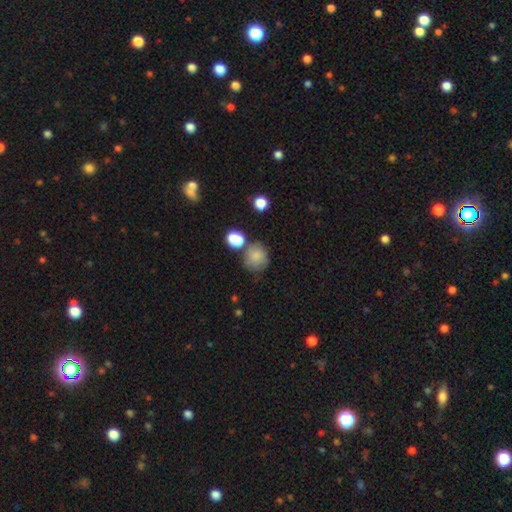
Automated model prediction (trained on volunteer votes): This appears to be a smooth galaxy with no disk features (79%) that is round (77%). Merging: none (56%).